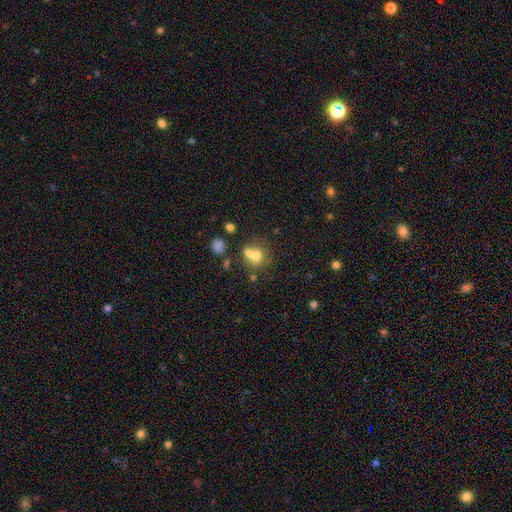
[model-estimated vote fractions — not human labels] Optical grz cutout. It shows a smooth galaxy with no disk features (68%) that is round (80%). Merging: merger (47%).